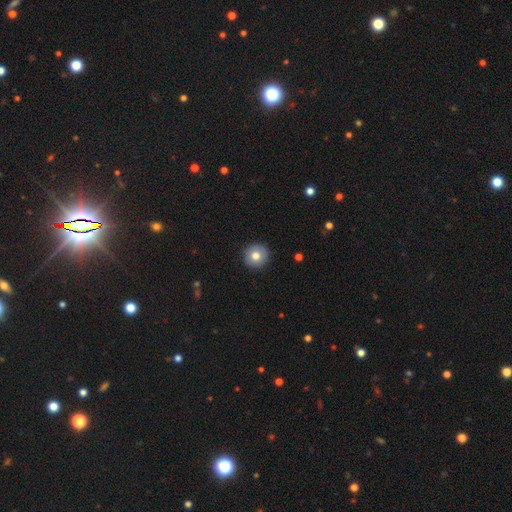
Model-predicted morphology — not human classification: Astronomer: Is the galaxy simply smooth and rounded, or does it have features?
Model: smooth — 78%.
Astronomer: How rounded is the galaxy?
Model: round — 95%.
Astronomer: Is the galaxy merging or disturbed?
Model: none — 92%.